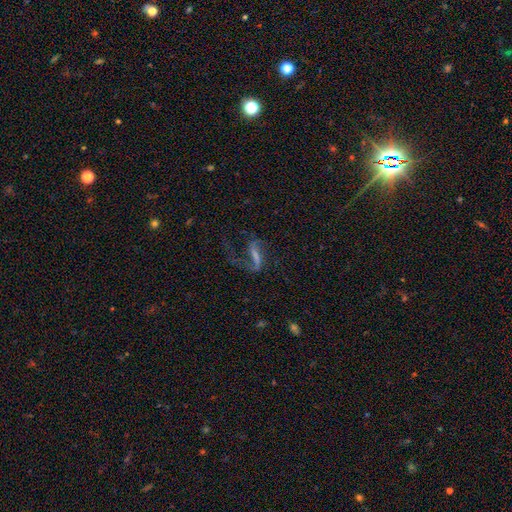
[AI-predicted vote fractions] Smooth or featured? featured or disk (68%)
Edge-on disk? no (88%)
Bar? strong (43%)
Spiral arms? yes (84%)
Spiral winding? loose (69%)
Spiral arm count? 2 (57%)
Bulge size? small (37%)
Merging? none (45%)